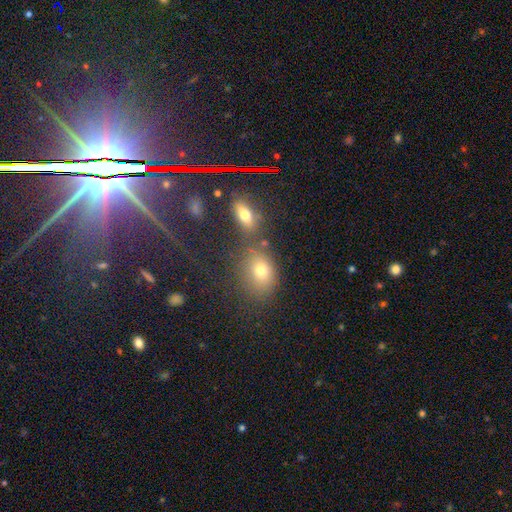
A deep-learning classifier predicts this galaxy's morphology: This is possibly a star or artifact rather than a galaxy (59%).